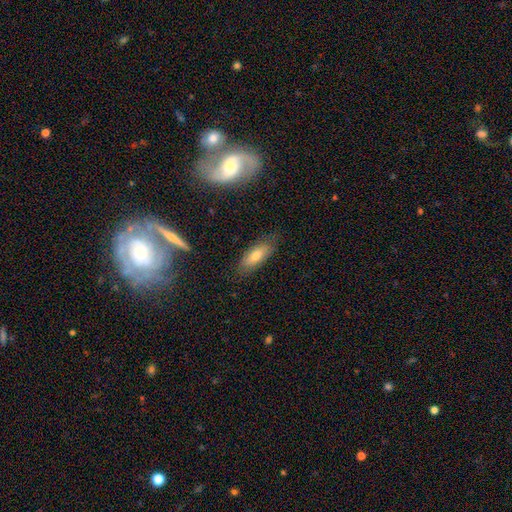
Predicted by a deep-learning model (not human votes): smooth 67%, featured or disk 24%, star or artifact 9%. Down the decision tree: how rounded — in between (71%); merging — none (79%).